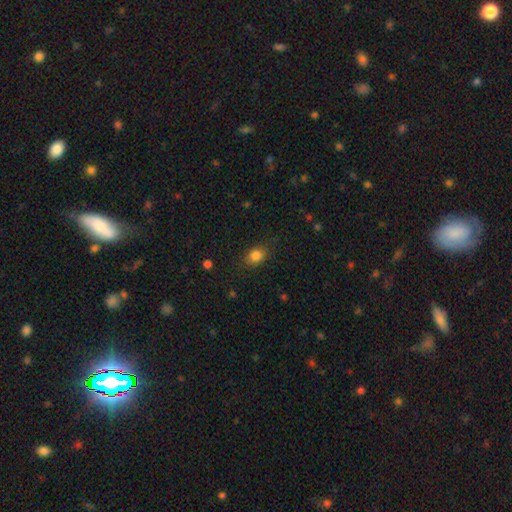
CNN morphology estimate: This appears to be a smooth galaxy with no disk features (84%) that is in between round and cigar-shaped (55%). Merging: none (82%).